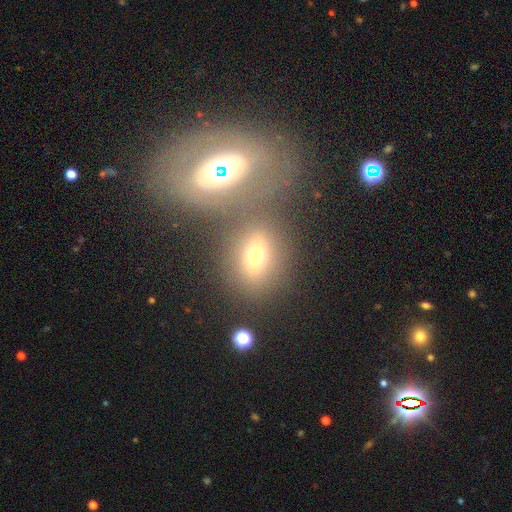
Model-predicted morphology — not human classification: Q: Smooth or featured?
A: smooth (60%); runner-up: featured or disk (24%)
Q: How rounded?
A: in between (66%); runner-up: round (30%)
Q: Merging?
A: none (56%); runner-up: merger (26%)